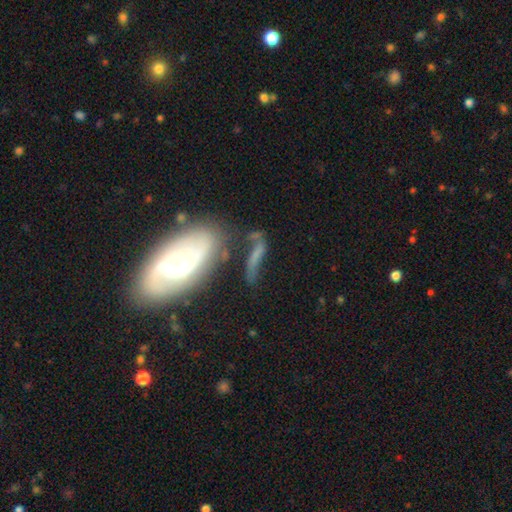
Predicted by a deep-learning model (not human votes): Smooth or featured?
  - featured or disk: 45% *
  - smooth: 43%
  - star or artifact: 13%
Merging?
  - none: 42% *
  - merger: 22%
  - minor disturbance: 20%
  - major disturbance: 17%